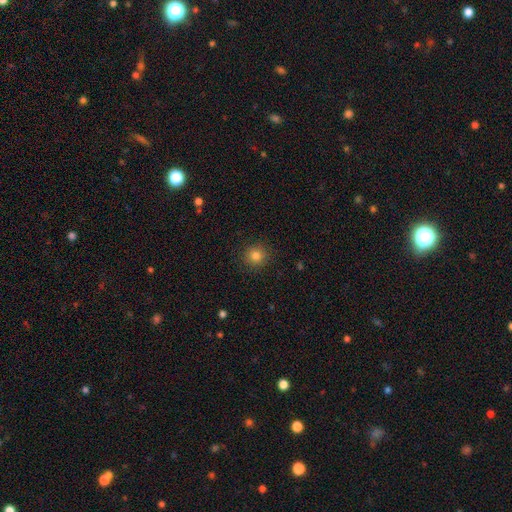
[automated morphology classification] A smooth galaxy with no disk features (82%) that is round (93%). Merging: none (91%).